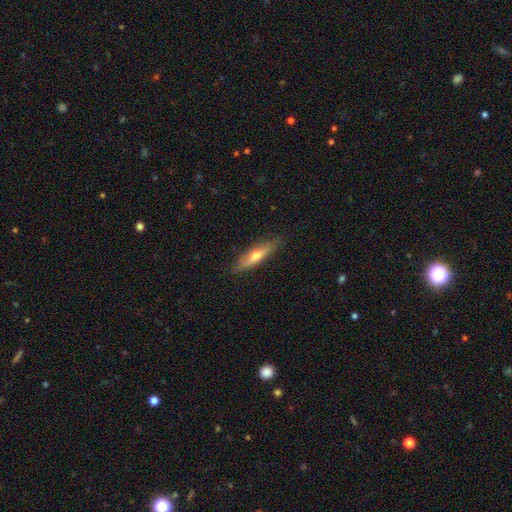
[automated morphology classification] smooth_or_featured: smooth (p=0.48) [alt: featured or disk p=0.45]
merging: none (p=0.85) [alt: minor disturbance p=0.12]